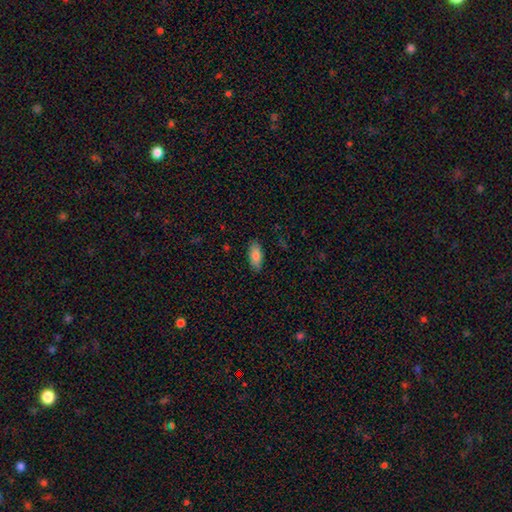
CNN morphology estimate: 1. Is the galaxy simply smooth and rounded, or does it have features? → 83% smooth, 10% featured or disk, 7% star or artifact.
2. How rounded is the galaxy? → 89% in between, 9% cigar-shaped, 2% round.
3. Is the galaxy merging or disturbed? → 86% none, 11% minor disturbance, 2% major disturbance, 1% merger.